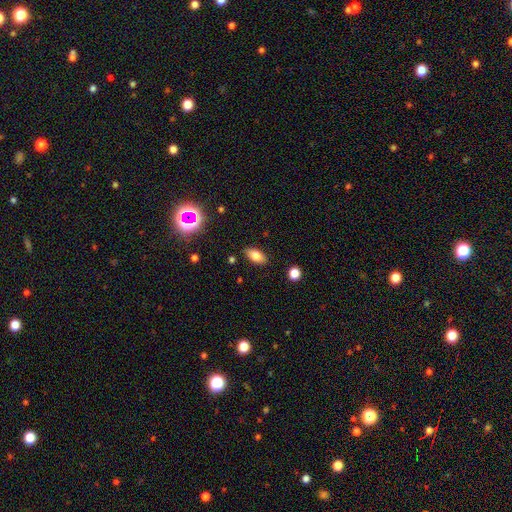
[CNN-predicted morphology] Smooth or featured: smooth — 77% (featured or disk — 12%)
How rounded: in between — 88% (cigar-shaped — 7%)
Merging: none — 87% (minor disturbance — 10%)